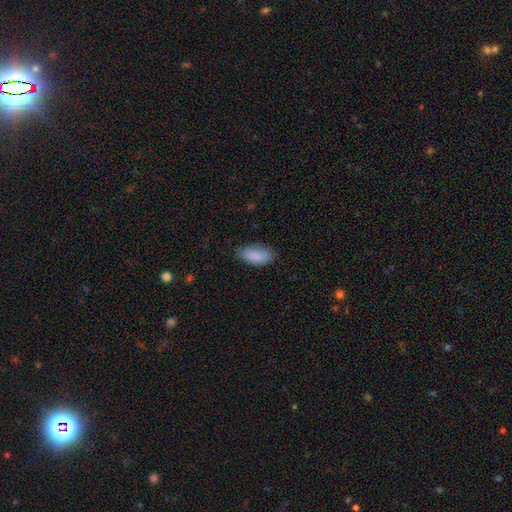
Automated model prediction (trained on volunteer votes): smooth_or_featured: smooth (p=0.89) [alt: star or artifact p=0.07]
how_rounded: in between (p=0.93) [alt: cigar-shaped p=0.05]
merging: none (p=0.77) [alt: minor disturbance p=0.19]